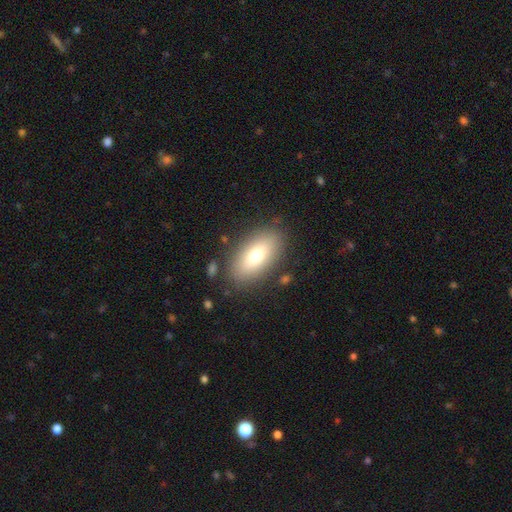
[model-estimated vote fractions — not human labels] Morphology: type=smooth (76%); roundness=in between (89%); merging=none (83%).